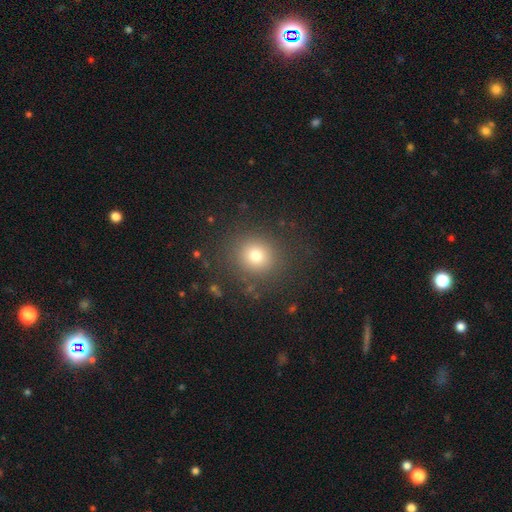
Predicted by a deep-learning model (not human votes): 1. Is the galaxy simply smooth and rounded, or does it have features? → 75% smooth, 15% star or artifact, 9% featured or disk.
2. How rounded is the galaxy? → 87% round, 12% in between, 1% cigar-shaped.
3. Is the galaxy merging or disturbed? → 86% none, 8% minor disturbance, 4% major disturbance, 1% merger.